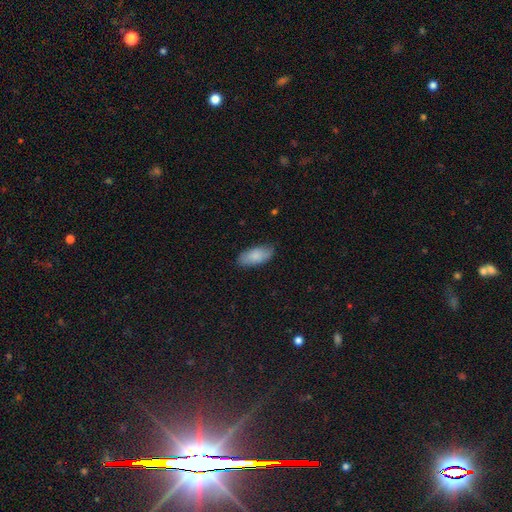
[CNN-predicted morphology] type=smooth (85%); roundness=in between (89%); merging=none (82%).